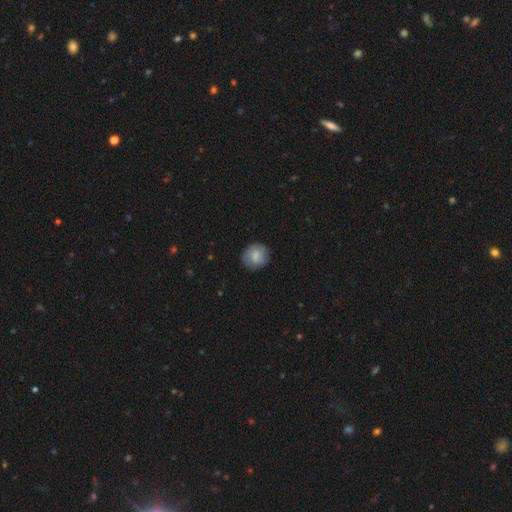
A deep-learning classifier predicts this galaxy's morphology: Overall: smooth (78%). How rounded: round (85%). Merging: none (83%).